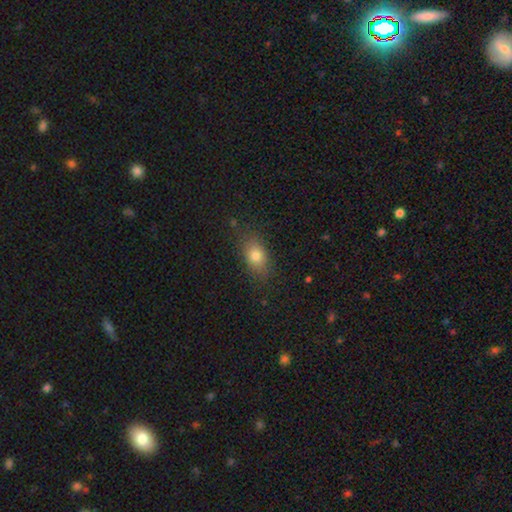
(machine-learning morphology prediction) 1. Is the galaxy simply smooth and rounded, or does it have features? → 78% smooth, 11% featured or disk, 11% star or artifact.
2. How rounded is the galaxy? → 79% in between, 17% round, 4% cigar-shaped.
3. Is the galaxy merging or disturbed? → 81% none, 13% minor disturbance, 4% major disturbance, 1% merger.